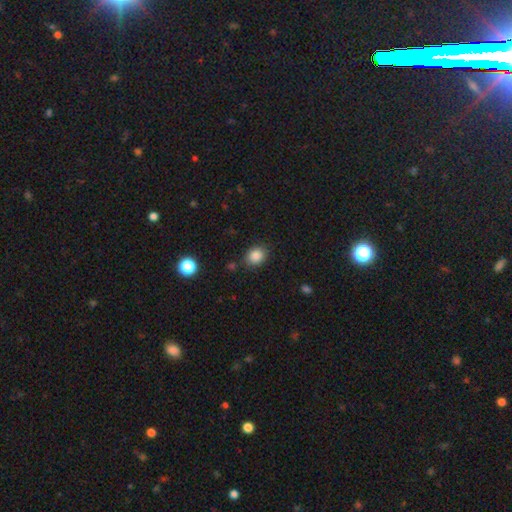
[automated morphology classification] A smooth galaxy with no disk features (86%) that is in between round and cigar-shaped (50%).

Vote fractions:
- Smooth or featured? smooth: 86% / star or artifact: 10% / featured or disk: 5%
- How rounded? in between: 50% / round: 49% / cigar-shaped: 1%
- Merging? none: 83% / minor disturbance: 11% / major disturbance: 3% / merger: 3%